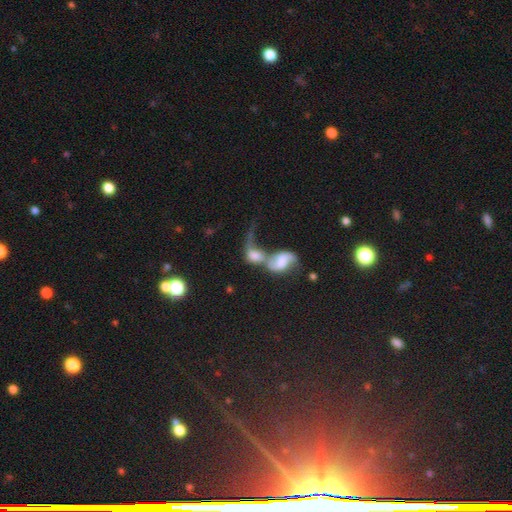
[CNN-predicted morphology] smooth_or_featured: featured or disk (p=0.55) [alt: smooth p=0.32]
disk_edge_on: no (p=0.94) [alt: yes p=0.06]
bar: no (p=0.50) [alt: weak p=0.35]
has_spiral_arms: yes (p=0.76) [alt: no p=0.24]
bulge_size: moderate (p=0.38) [alt: small p=0.24]
merging: merger (p=0.72) [alt: major disturbance p=0.11]